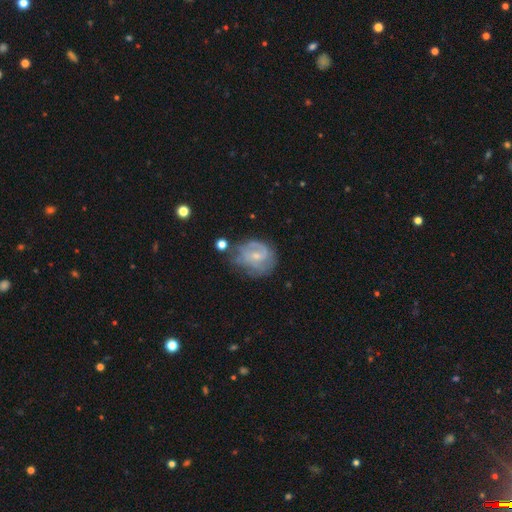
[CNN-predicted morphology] A featured or disk galaxy (63%) with no bar (61%), spiral arms (73%) and a small central bulge (66%). Merging: none (49%).